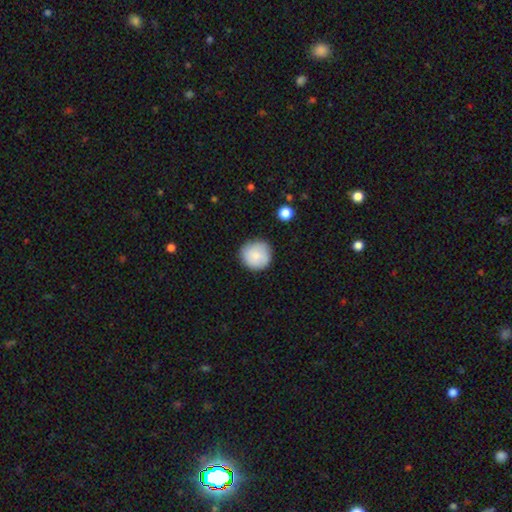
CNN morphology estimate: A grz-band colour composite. It shows a smooth galaxy with no disk features (86%) that is round (94%). Merging: none (86%).